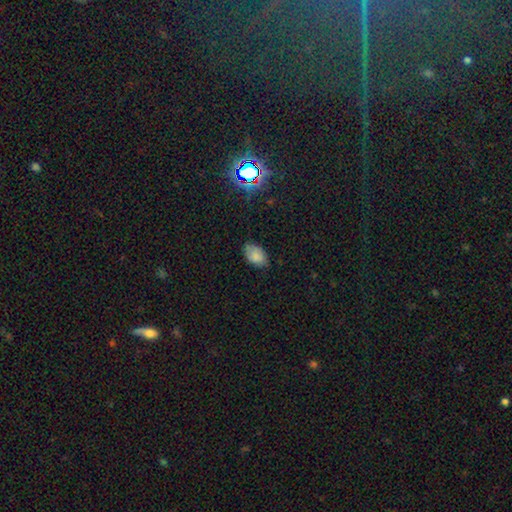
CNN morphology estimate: smooth 80%, star or artifact 11%, featured or disk 9%. Down the decision tree: how rounded — in between (90%); merging — none (70%).